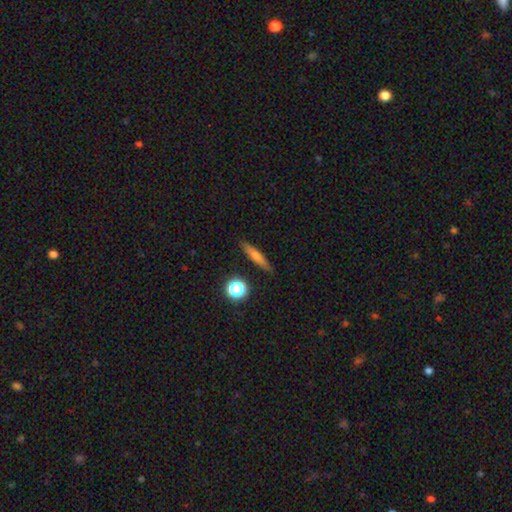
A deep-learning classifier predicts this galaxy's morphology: This appears to be a smooth galaxy with no disk features (61%) that is cigar-shaped (84%). Merging: none (88%).